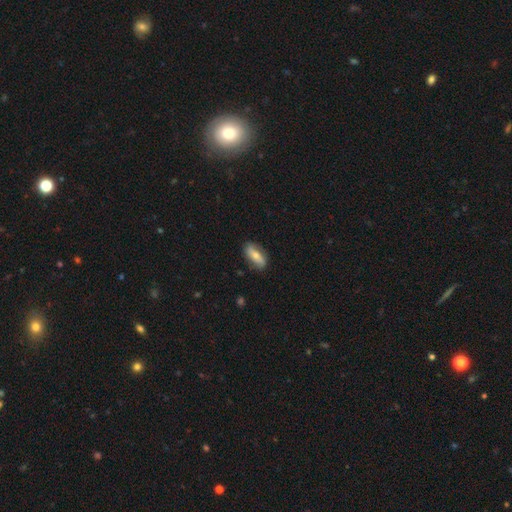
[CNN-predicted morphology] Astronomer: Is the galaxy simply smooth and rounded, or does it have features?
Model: smooth — 60%.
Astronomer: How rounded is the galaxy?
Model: in between — 74%.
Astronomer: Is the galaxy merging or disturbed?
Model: none — 81%.